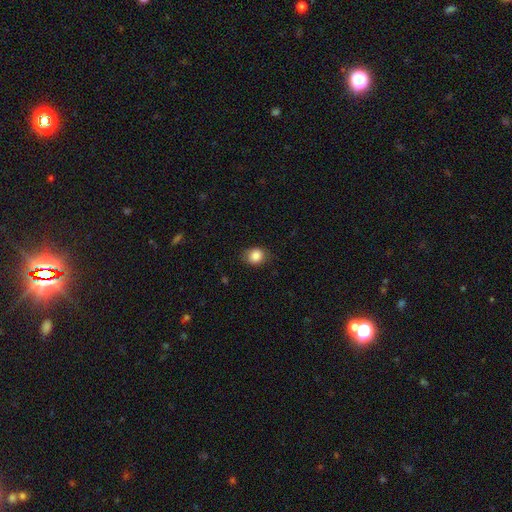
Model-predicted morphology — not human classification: Q: Smooth or featured?
A: smooth (86%); runner-up: star or artifact (9%)
Q: How rounded?
A: round (65%); runner-up: in between (34%)
Q: Merging?
A: none (80%); runner-up: minor disturbance (16%)